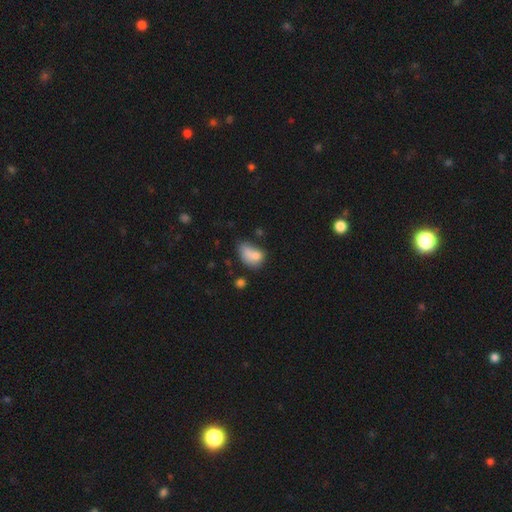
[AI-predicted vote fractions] This is likely a smooth galaxy (72%). How rounded: likely in between (75%). Merging: marginally none (32%).